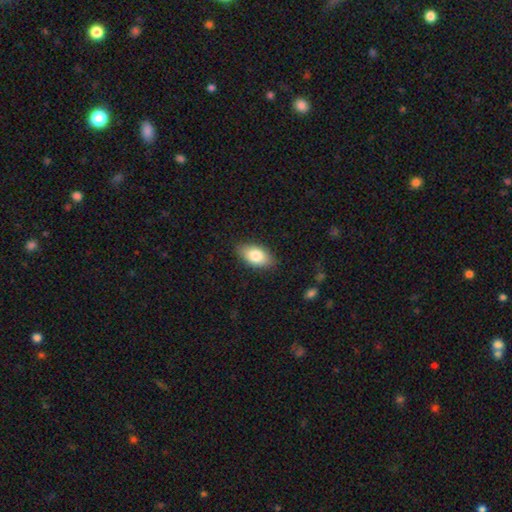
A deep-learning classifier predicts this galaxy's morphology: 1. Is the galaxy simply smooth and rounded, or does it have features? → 81% smooth, 12% featured or disk, 7% star or artifact.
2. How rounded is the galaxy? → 92% in between, 5% round, 3% cigar-shaped.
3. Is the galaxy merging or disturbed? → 85% none, 12% minor disturbance, 2% major disturbance, 1% merger.